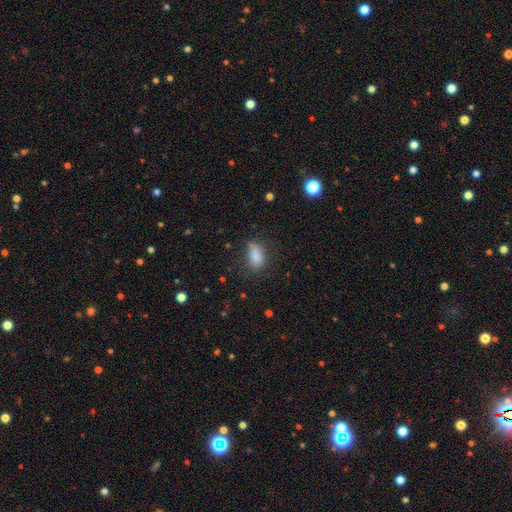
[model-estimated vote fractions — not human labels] Q: Smooth or featured?
A: smooth (82%); runner-up: star or artifact (9%)
Q: How rounded?
A: in between (88%); runner-up: round (6%)
Q: Merging?
A: none (53%); runner-up: minor disturbance (30%)